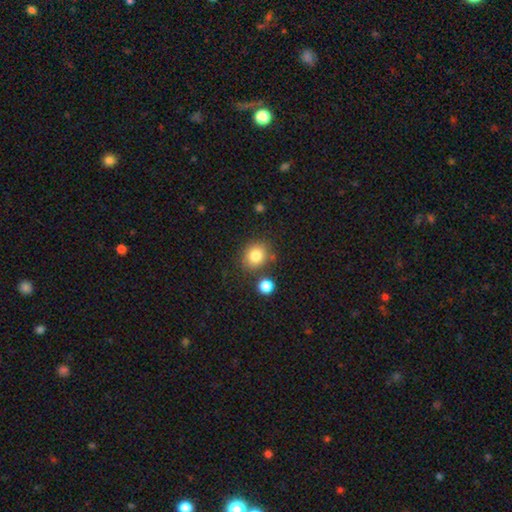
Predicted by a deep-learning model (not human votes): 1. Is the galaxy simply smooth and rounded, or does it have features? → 82% smooth, 10% star or artifact, 7% featured or disk.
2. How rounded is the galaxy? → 66% round, 33% in between, 1% cigar-shaped.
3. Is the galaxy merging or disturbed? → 76% none, 12% minor disturbance, 8% merger, 4% major disturbance.